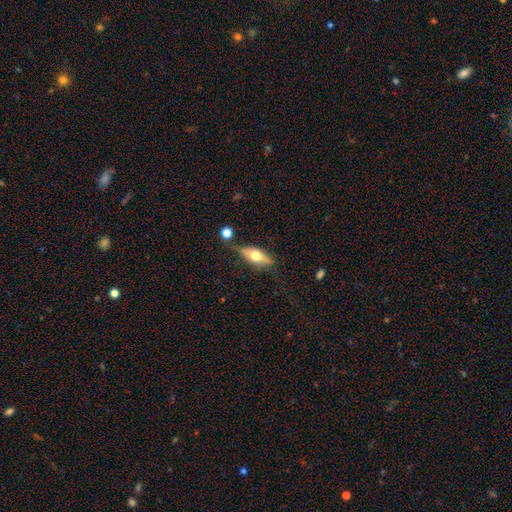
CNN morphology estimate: smooth 54%, featured or disk 39%, star or artifact 7%. Down the decision tree: how rounded — in between (71%); merging — none (66%).